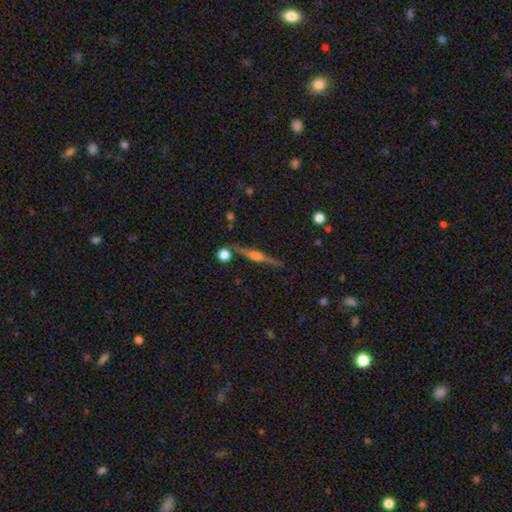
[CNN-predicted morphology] Smooth or featured?
  - featured or disk: 81% *
  - smooth: 12%
  - star or artifact: 7%
Edge-on disk?
  - yes: 98% *
  - no: 2%
Edge-on bulge?
  - rounded: 87% *
  - boxy: 9%
  - none: 4%
Merging?
  - none: 88% *
  - minor disturbance: 7%
  - merger: 3%
  - major disturbance: 2%